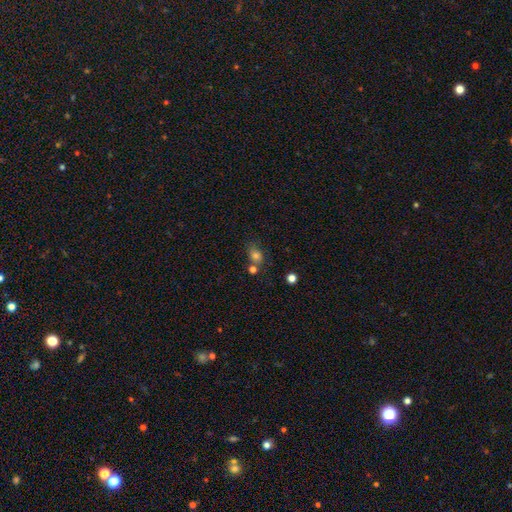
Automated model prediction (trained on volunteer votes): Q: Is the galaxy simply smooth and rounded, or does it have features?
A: smooth — 78%.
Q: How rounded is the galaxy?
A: in between — 65%.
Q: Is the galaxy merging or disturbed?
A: none — 58%.